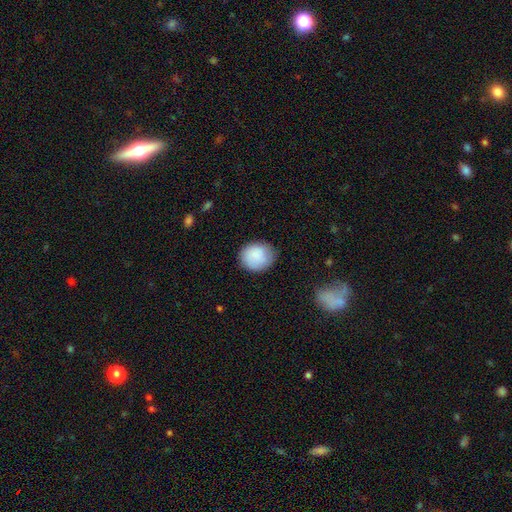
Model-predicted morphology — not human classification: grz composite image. It shows a smooth galaxy with no disk features (87%) that is round (71%). Merging: none (74%).